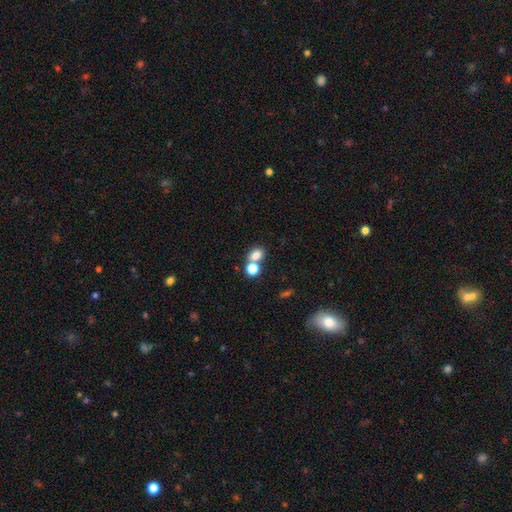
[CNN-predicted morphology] Smooth or featured? Predicted: smooth (p=0.78). How rounded? Predicted: in between (p=0.51). Merging? Predicted: none (p=0.44, tied with merger).